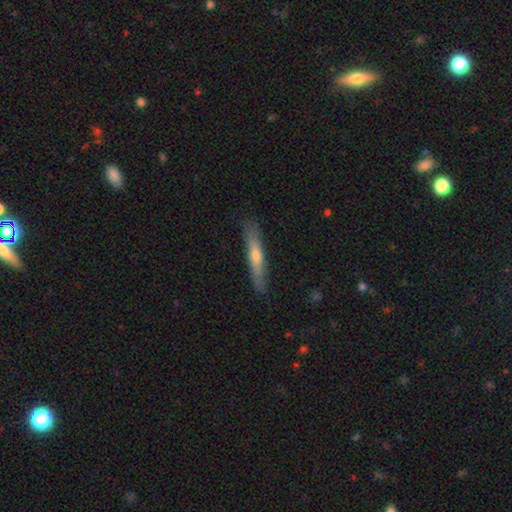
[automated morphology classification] This is possibly a featured or disk galaxy (56%). It is clearly viewed edge-on (91%). Edge-on bulge: likely rounded (77%). Merging: clearly none (87%).